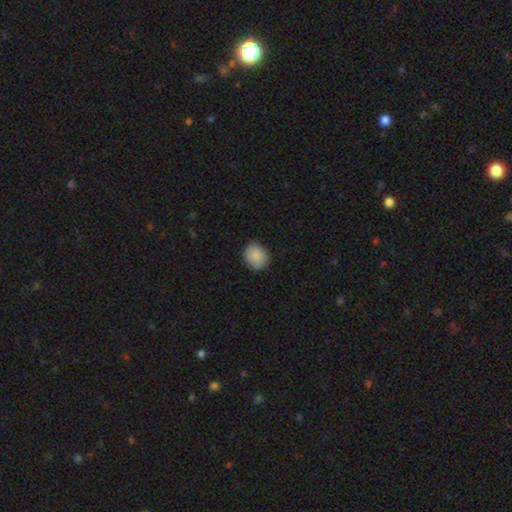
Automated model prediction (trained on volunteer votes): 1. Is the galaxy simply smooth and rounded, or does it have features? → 88% smooth, 7% star or artifact, 5% featured or disk.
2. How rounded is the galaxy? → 66% round, 33% in between, 1% cigar-shaped.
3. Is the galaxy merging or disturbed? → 79% none, 17% minor disturbance, 3% major disturbance, 1% merger.